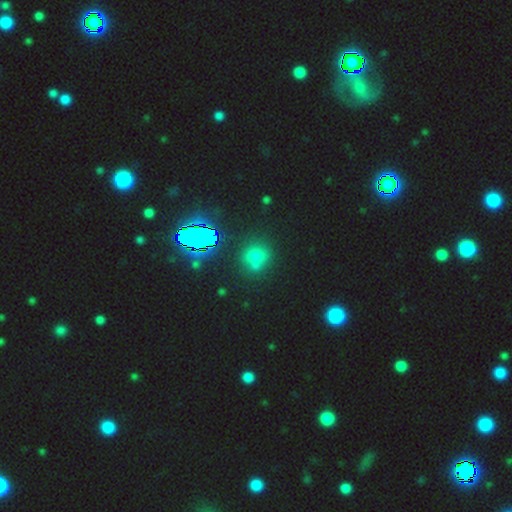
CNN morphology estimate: Smooth or featured? smooth (52%)
How rounded? round (76%)
Merging? none (70%)